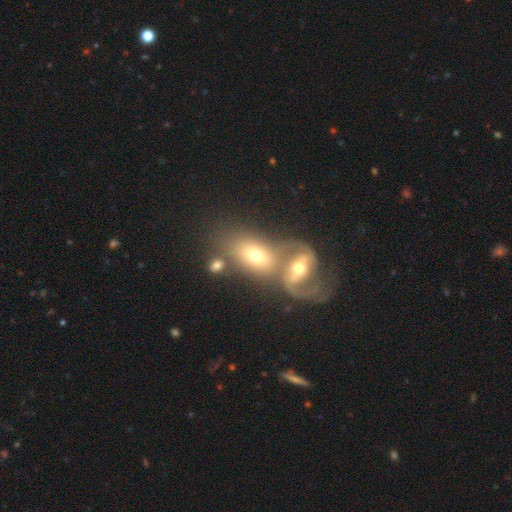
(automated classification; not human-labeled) Smooth or featured? Predicted: smooth (p=0.47). Merging? Predicted: merger (p=0.54).